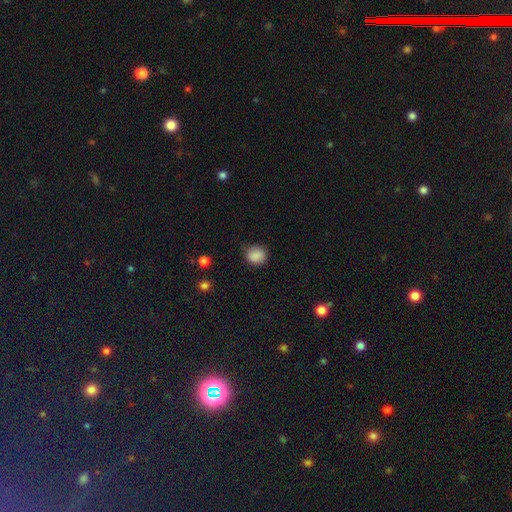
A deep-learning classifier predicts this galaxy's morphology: This appears to be a smooth galaxy with no disk features (86%) that is round (77%). Merging: none (75%).